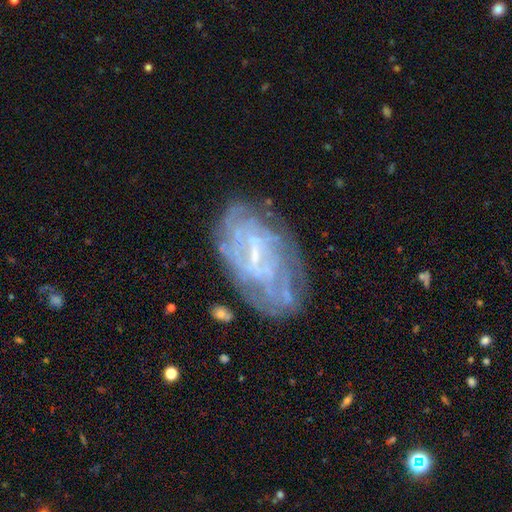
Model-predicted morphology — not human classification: Smooth or featured: featured or disk — 77% (smooth — 14%)
Edge-on disk: no — 95% (yes — 5%)
Bar: weak — 50% (no — 28%)
Spiral arms: yes — 76% (no — 24%)
Spiral winding: tight — 64% (medium — 26%)
Spiral arm count: can't tell — 61% (2 — 10%)
Bulge size: small — 67% (none — 16%)
Merging: none — 66% (minor disturbance — 20%)